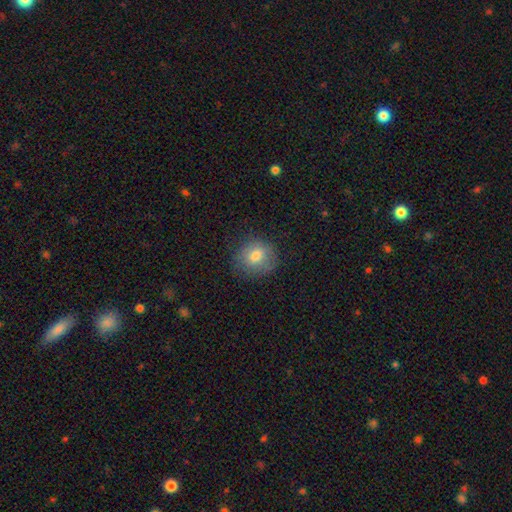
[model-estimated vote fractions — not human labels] smooth 76%, featured or disk 14%, star or artifact 10%. Down the decision tree: how rounded — round (78%); merging — none (80%).